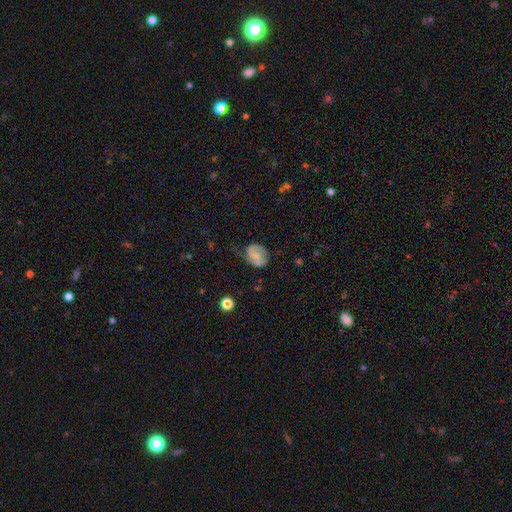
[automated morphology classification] A featured or disk galaxy (62%) with no bar (48%), 2 (79%) medium (46%) spiral arms (88%) and a small central bulge (41%). Merging: none (59%).